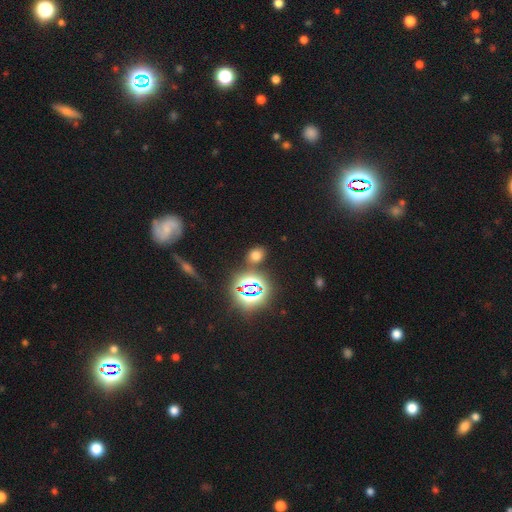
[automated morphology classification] smooth-or-featured: smooth: 60% | star or artifact: 33% | featured or disk: 7%
  how-rounded: in between: 51% | round: 47% | cigar-shaped: 2%
  merging: none: 81% | minor disturbance: 9% | merger: 6% | major disturbance: 3%